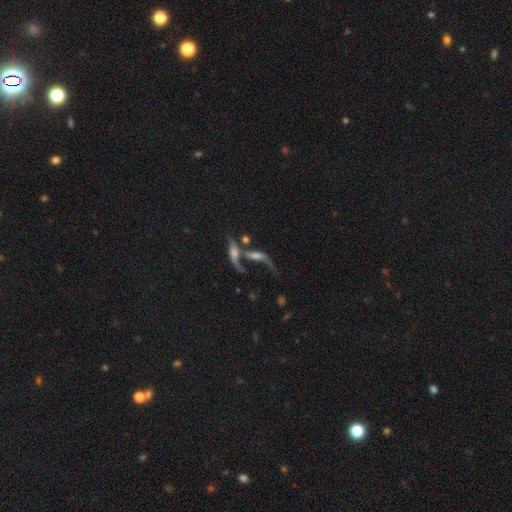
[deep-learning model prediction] Overall: featured or disk (67%). Edge-on disk: no (73%). Merging: merger (50%; none 25%).